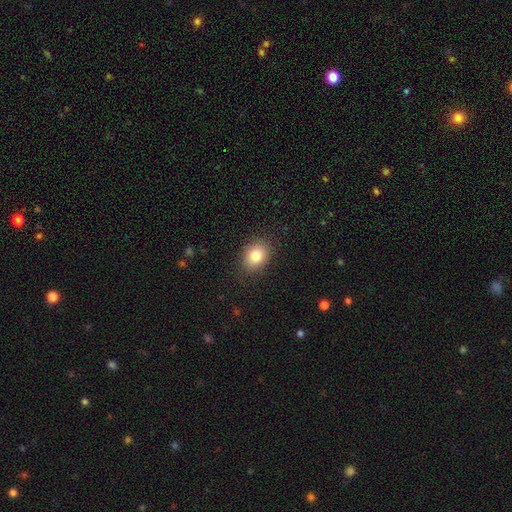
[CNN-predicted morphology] This is clearly a smooth galaxy (83%). How rounded: likely in between (60%). Merging: clearly none (86%).